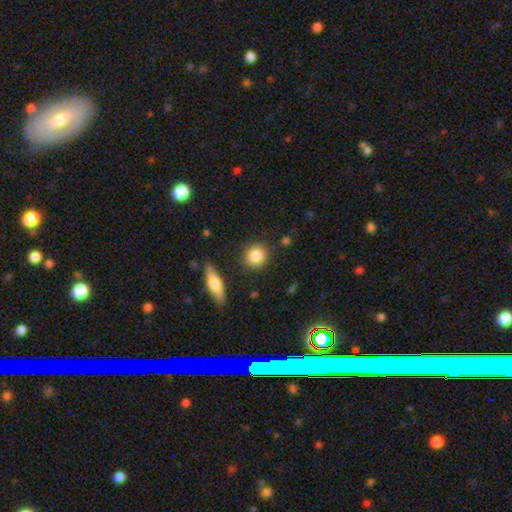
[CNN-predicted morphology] Smooth or featured? smooth (84%)
How rounded? round (86%)
Merging? none (86%)